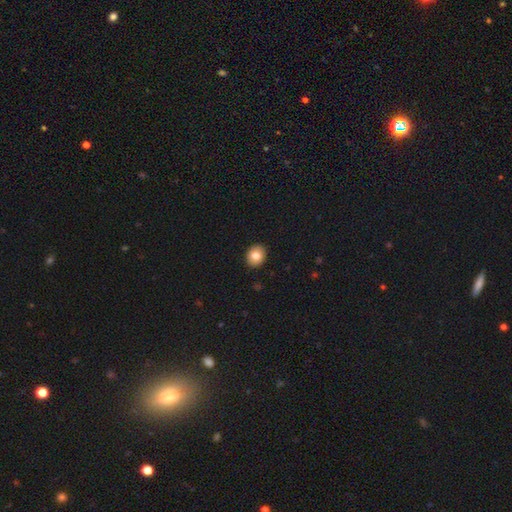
Smooth or featured?
  - smooth: 89% *
  - star or artifact: 8%
  - featured or disk: 3%
How rounded?
  - round: 65% *
  - in between: 35%
  - cigar-shaped: 0%
Merging?
  - none: 97% *
  - merger: 3%
  - minor disturbance: 0%
  - major disturbance: 0%